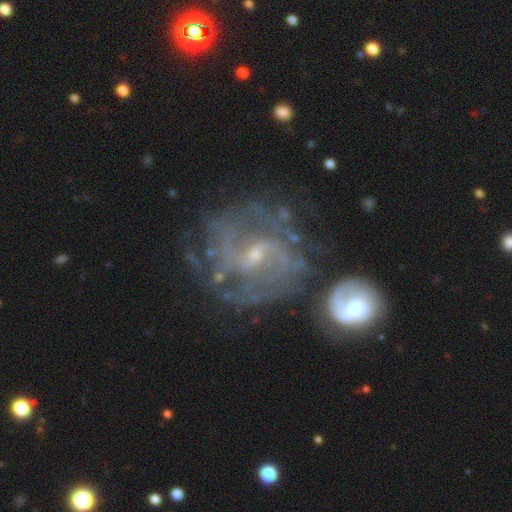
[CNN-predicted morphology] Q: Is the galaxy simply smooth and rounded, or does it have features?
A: featured or disk — 82%.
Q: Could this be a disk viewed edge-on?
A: no — 97%.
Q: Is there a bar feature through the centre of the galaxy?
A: weak — 51%.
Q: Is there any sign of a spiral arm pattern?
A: yes — 90%.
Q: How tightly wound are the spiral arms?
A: tight — 44%.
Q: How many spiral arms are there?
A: can't tell — 39%.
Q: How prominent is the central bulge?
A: small — 70%.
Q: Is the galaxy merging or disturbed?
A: none — 62%.